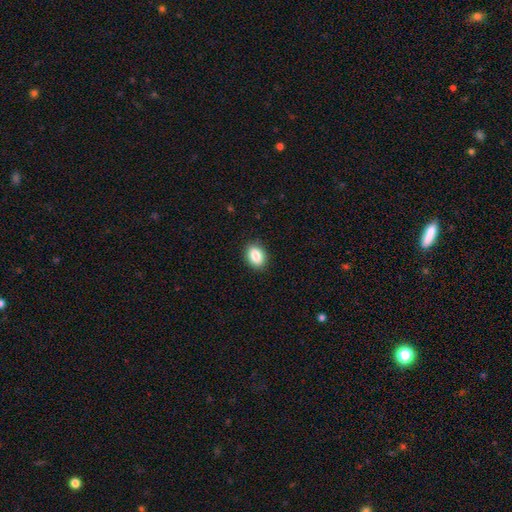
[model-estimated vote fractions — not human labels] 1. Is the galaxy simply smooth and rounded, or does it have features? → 87% smooth, 8% star or artifact, 5% featured or disk.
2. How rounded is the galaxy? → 77% in between, 22% round, 1% cigar-shaped.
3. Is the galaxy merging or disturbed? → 89% none, 8% minor disturbance, 2% major disturbance, 1% merger.